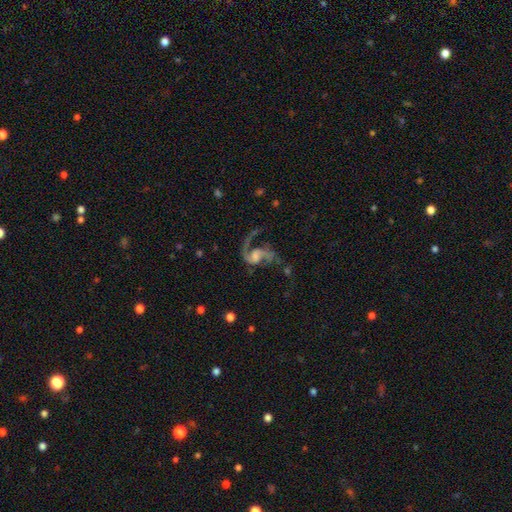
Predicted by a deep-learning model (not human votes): Overall: featured or disk (87%). Edge-on disk: no (98%). Bar: weak (44%; no 42%). Spiral arms: yes (96%). Spiral arm count: 2 (79%). Spiral winding: loose (55%; medium 38%). Bulge size: moderate (30%; none 29%). Merging: none (43%; major disturbance 35%).